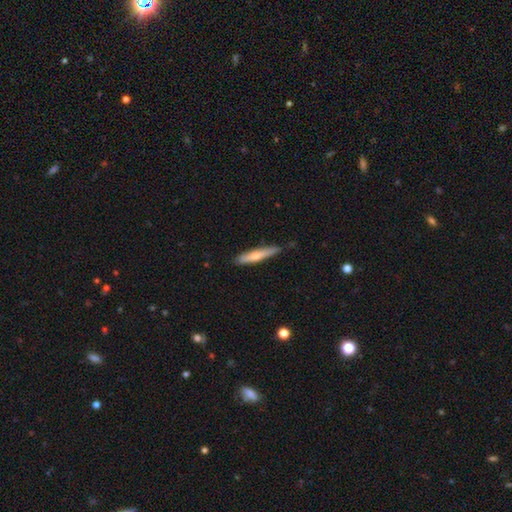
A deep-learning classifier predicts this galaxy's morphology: This is possibly a featured or disk galaxy (47%). Merging: clearly none (81%).